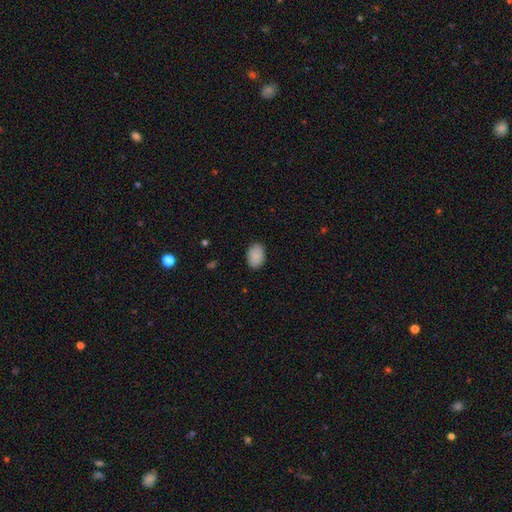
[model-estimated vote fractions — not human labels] A smooth galaxy with no disk features (89%) that is in between round and cigar-shaped (84%).

Vote fractions:
- Smooth or featured? smooth: 89% / star or artifact: 7% / featured or disk: 4%
- How rounded? in between: 84% / round: 15% / cigar-shaped: 1%
- Merging? none: 86% / minor disturbance: 10% / major disturbance: 2% / merger: 1%